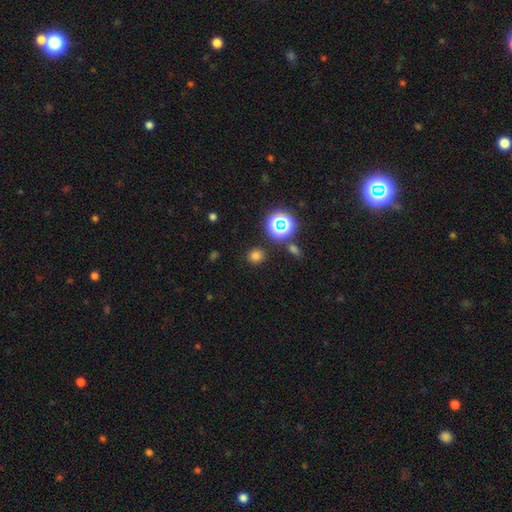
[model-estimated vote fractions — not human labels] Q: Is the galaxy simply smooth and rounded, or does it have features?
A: smooth — 71%.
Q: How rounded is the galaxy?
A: round — 87%.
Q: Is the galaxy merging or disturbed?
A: none — 87%.